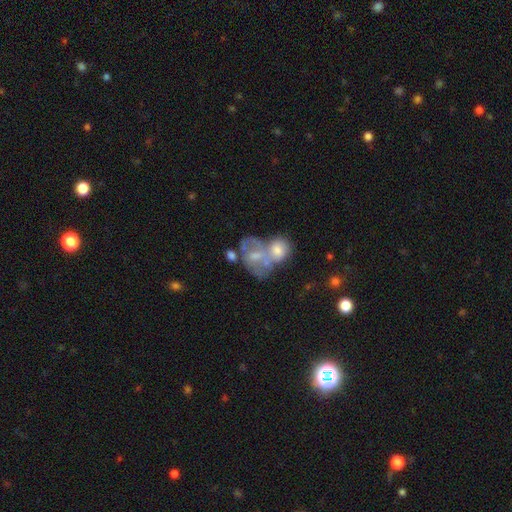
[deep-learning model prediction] smooth-or-featured: featured or disk: 47% | smooth: 44% | star or artifact: 9%
  merging: merger: 62% | none: 16% | major disturbance: 12% | minor disturbance: 10%